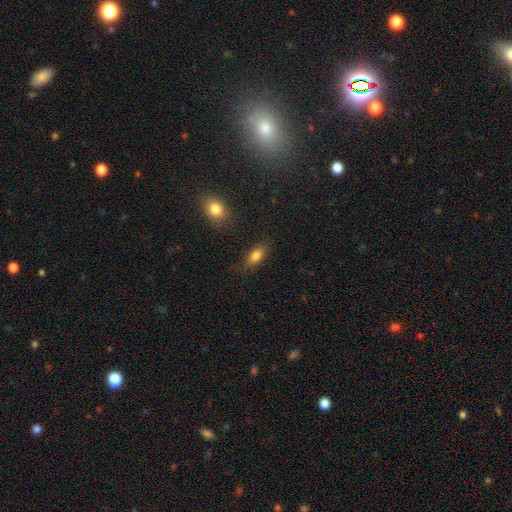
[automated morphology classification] This is clearly a smooth galaxy (82%). How rounded: clearly in between (85%). Merging: clearly none (81%).